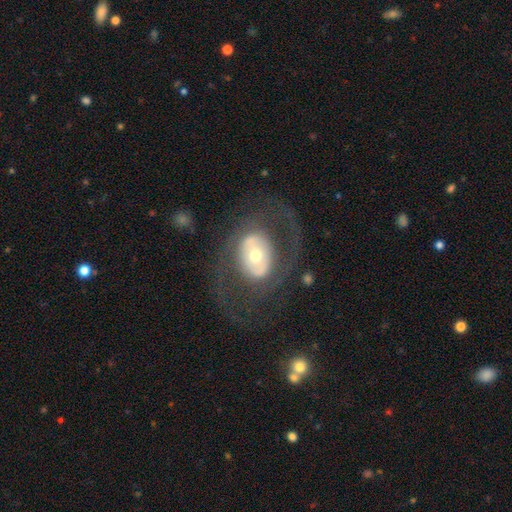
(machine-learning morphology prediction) smooth_or_featured: featured or disk (p=0.68) [alt: smooth p=0.26]
disk_edge_on: no (p=0.94) [alt: yes p=0.06]
bar: no (p=0.67) [alt: weak p=0.20]
has_spiral_arms: no (p=0.53) [alt: yes p=0.47]
bulge_size: moderate (p=0.57) [alt: small p=0.31]
merging: none (p=0.65) [alt: major disturbance p=0.21]